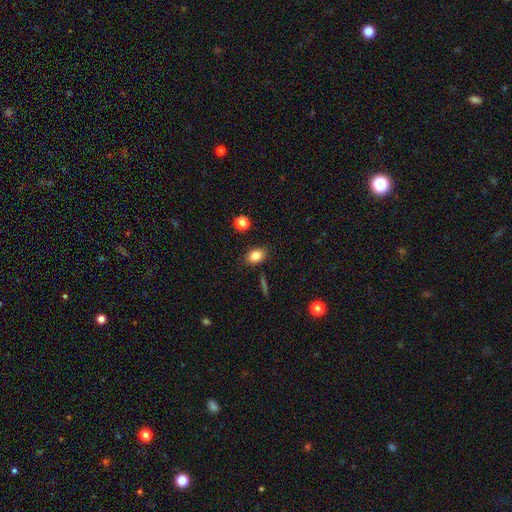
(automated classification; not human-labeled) Smooth or featured: smooth — 83% (star or artifact — 10%)
How rounded: in between — 70% (round — 28%)
Merging: none — 85% (minor disturbance — 10%)